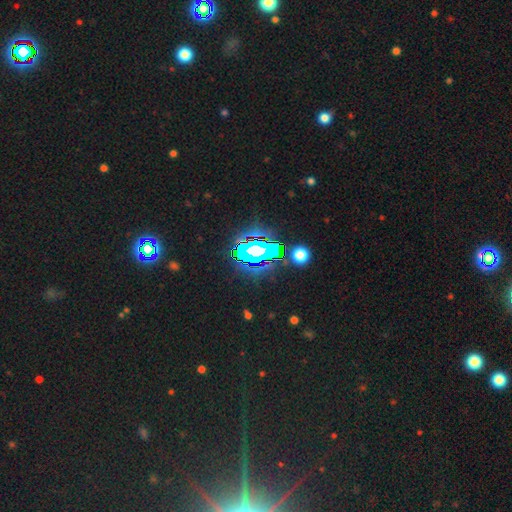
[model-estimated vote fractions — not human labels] The model was most divided on "smooth or featured": star or artifact: 69%, smooth: 16%, featured or disk: 15%.